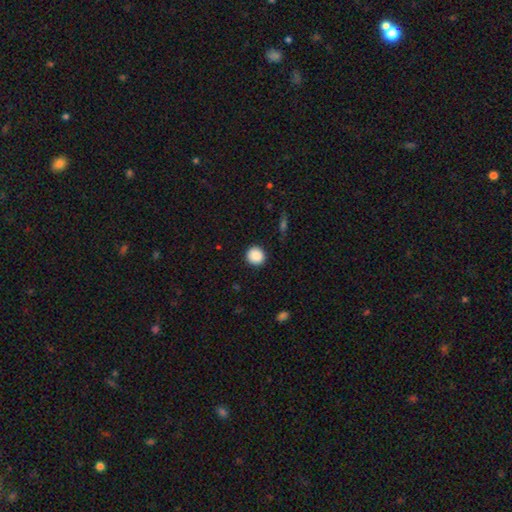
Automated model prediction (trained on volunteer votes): A smooth galaxy with no disk features (89%) that is round (93%).

Vote fractions:
- Smooth or featured? smooth: 89% / star or artifact: 8% / featured or disk: 3%
- How rounded? round: 93% / in between: 6% / cigar-shaped: 1%
- Merging? none: 91% / minor disturbance: 6% / major disturbance: 2% / merger: 1%